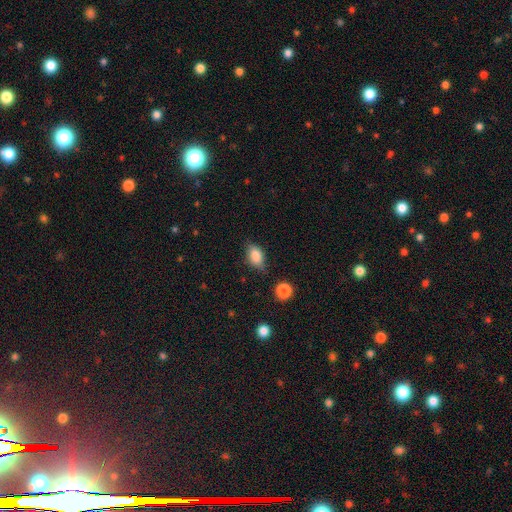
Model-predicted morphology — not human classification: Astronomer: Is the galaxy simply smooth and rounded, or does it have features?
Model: smooth — 81%.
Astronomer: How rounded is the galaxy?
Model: in between — 83%.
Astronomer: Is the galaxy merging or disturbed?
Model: none — 72%.